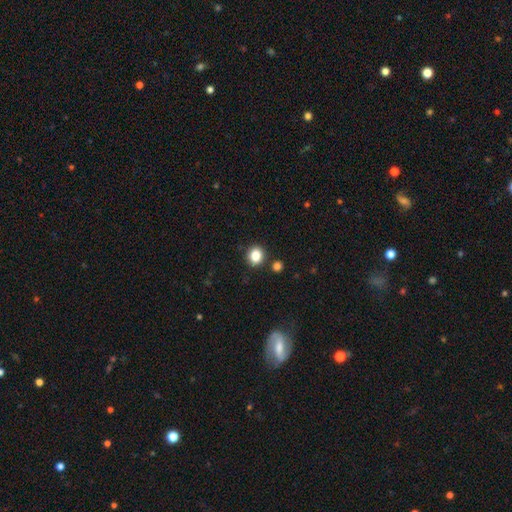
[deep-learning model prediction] Smooth or featured? Predicted: smooth (p=0.84). How rounded? Predicted: round (p=0.77). Merging? Predicted: none (p=0.86).